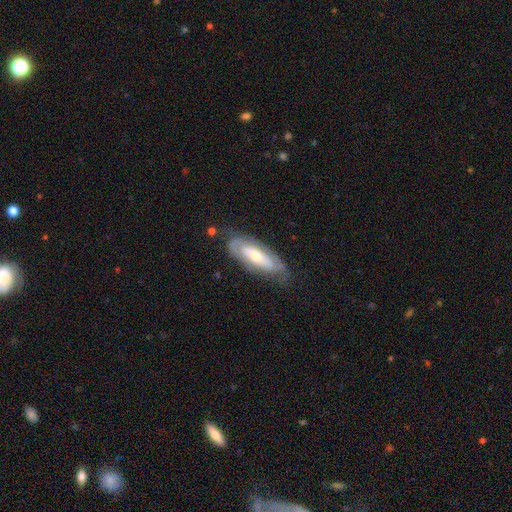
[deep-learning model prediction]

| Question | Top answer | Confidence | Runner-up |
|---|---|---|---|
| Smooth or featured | featured or disk | 65% | smooth (27%) |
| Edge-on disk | no | 74% | yes (26%) |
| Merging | none | 75% | minor disturbance (18%) |